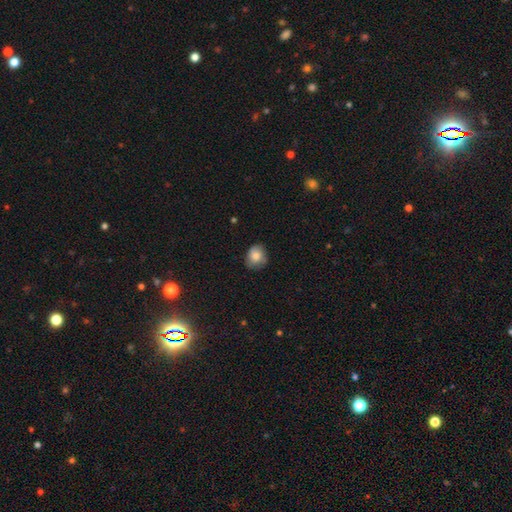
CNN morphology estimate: Smooth or featured? Predicted: smooth (p=0.79). How rounded? Predicted: round (p=0.63). Merging? Predicted: none (p=0.68).